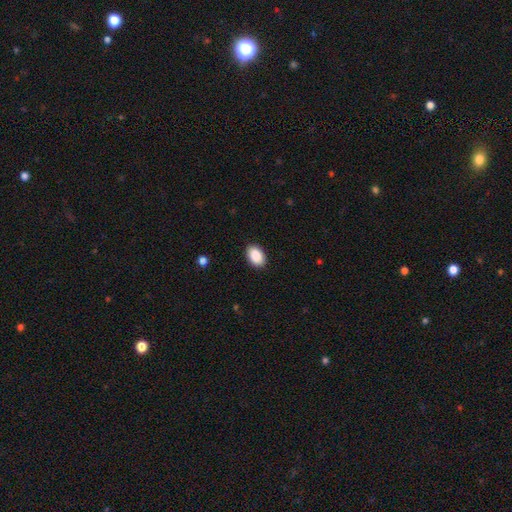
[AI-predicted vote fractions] Smooth or featured? smooth (89%)
How rounded? in between (89%)
Merging? none (90%)